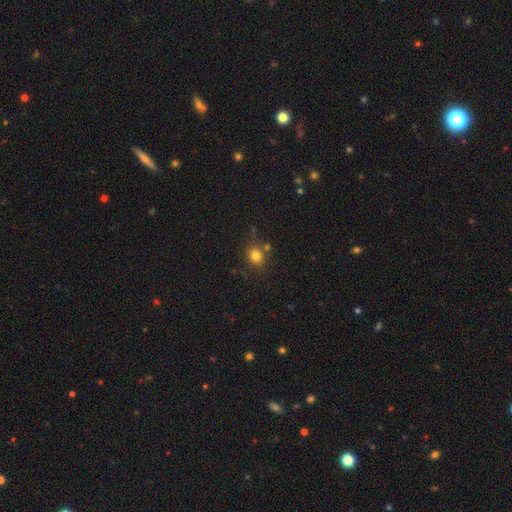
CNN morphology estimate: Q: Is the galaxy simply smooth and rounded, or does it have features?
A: smooth — 79%.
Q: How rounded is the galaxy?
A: round — 75%.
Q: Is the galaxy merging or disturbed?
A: none — 72%.